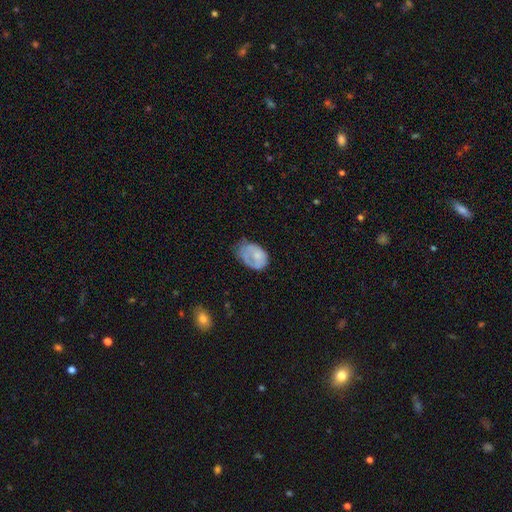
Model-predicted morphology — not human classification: Smooth or featured? Predicted: smooth (p=0.61). How rounded? Predicted: in between (p=0.83). Merging? Predicted: minor disturbance (p=0.36).